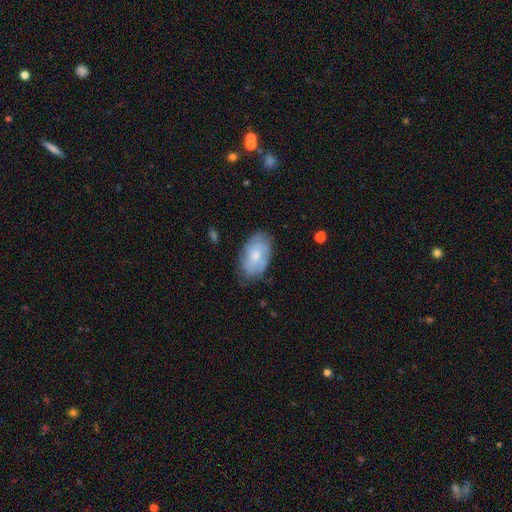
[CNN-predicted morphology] A smooth galaxy with no disk features (50%) that is in between round and cigar-shaped (91%). Merging: none (71%).